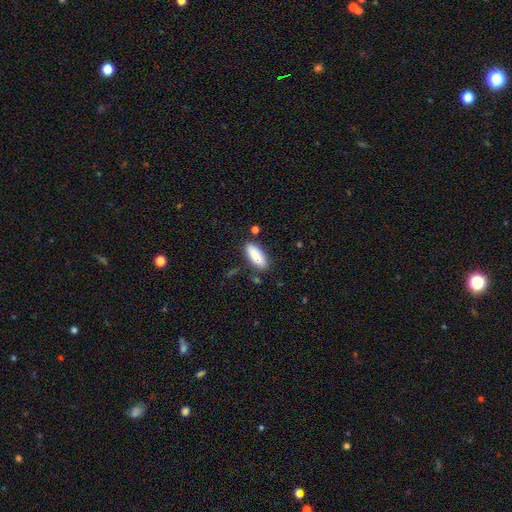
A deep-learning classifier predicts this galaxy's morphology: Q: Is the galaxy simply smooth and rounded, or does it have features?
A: smooth — 87%.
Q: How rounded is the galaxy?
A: in between — 73%.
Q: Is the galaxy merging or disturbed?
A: none — 81%.